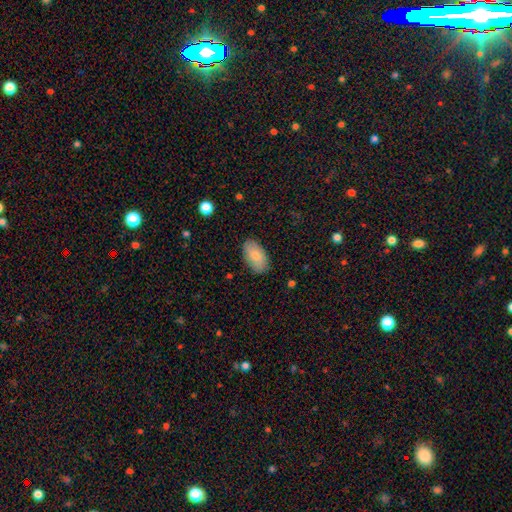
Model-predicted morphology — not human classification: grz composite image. It shows a smooth galaxy with no disk features (82%) that is in between round and cigar-shaped (95%). Merging: none (86%).